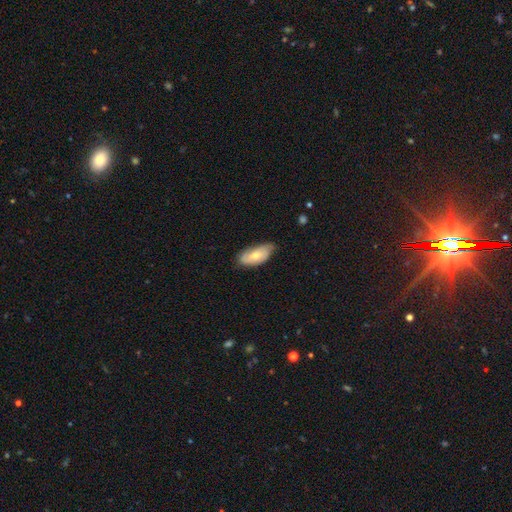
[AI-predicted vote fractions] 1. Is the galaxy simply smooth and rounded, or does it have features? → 54% smooth, 40% featured or disk, 6% star or artifact.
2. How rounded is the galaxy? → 89% in between, 8% cigar-shaped, 3% round.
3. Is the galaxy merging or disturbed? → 60% none, 33% minor disturbance, 6% major disturbance, 1% merger.